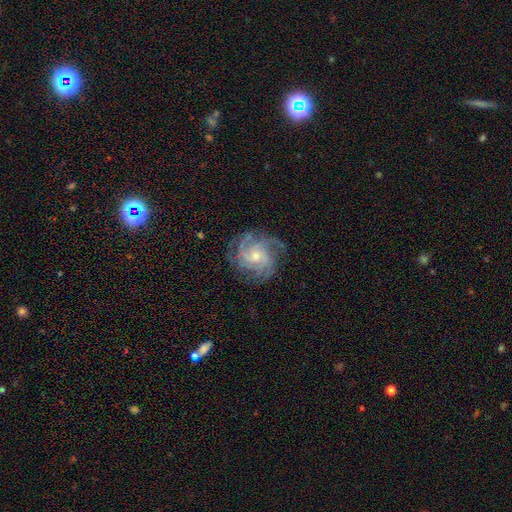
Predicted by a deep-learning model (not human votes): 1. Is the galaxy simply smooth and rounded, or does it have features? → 85% featured or disk, 8% smooth, 7% star or artifact.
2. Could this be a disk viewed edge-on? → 98% no, 2% yes.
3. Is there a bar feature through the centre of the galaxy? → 70% no, 26% weak, 4% strong.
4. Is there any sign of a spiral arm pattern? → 97% yes, 3% no.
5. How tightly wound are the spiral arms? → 54% tight, 37% medium, 9% loose.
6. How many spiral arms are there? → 32% 4, 22% can't tell, 20% 3, 11% more than 4, 9% 2, 7% 1.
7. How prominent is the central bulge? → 51% small, 43% moderate, 3% large, 2% none, 1% dominant.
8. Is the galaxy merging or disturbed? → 75% none, 16% minor disturbance, 8% major disturbance, 1% merger.